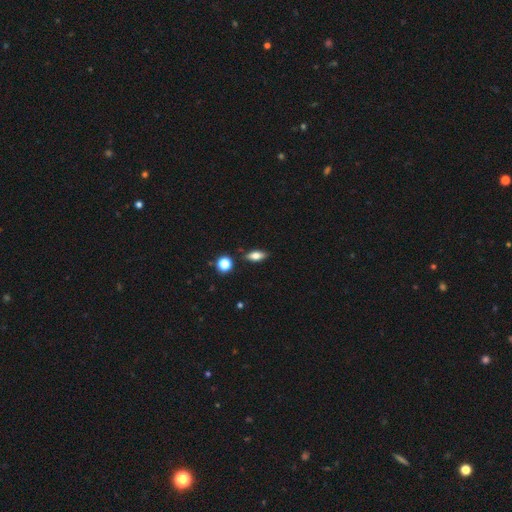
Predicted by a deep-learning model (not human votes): smooth_or_featured: smooth (p=0.69) [alt: featured or disk p=0.22]
how_rounded: in between (p=0.77) [alt: cigar-shaped p=0.17]
merging: none (p=0.83) [alt: minor disturbance p=0.11]